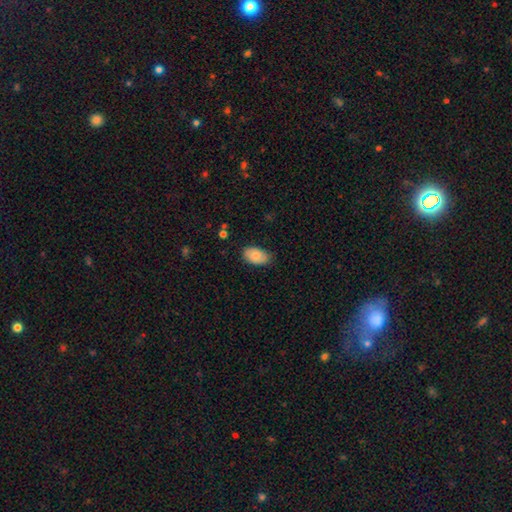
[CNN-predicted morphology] Smooth or featured: smooth — 82% (featured or disk — 11%)
How rounded: in between — 93% (round — 6%)
Merging: none — 78% (minor disturbance — 18%)